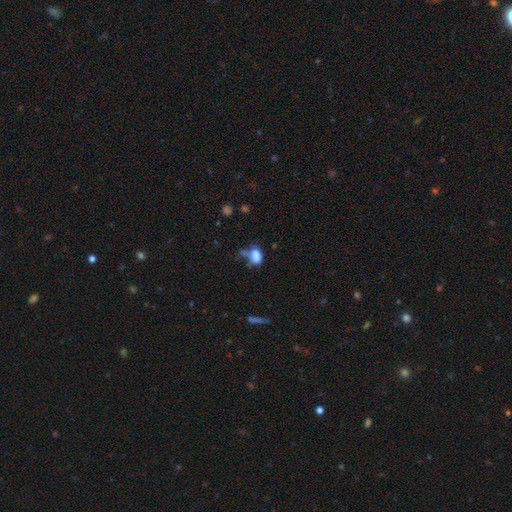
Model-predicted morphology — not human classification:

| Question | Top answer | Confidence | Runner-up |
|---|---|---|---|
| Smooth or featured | smooth | 83% | star or artifact (10%) |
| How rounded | in between | 87% | round (11%) |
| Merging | none | 49% | minor disturbance (24%) |